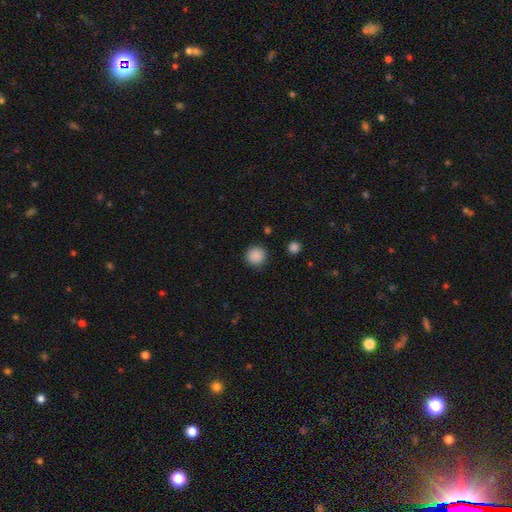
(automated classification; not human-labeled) This appears to be a smooth galaxy with no disk features (88%) that is round (94%). Merging: none (90%).